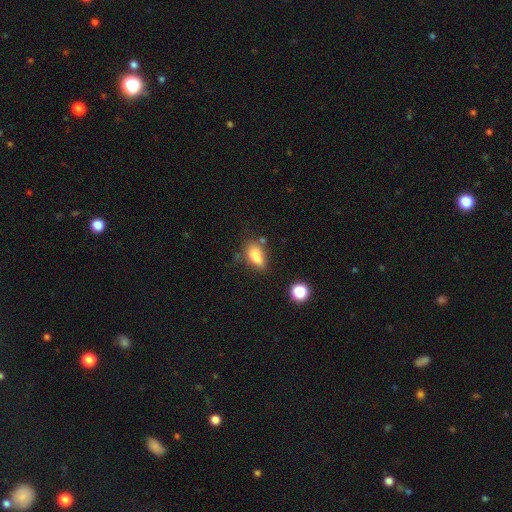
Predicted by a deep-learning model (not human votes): A smooth galaxy with no disk features (78%) that is in between round and cigar-shaped (80%). Merging: none (47%).